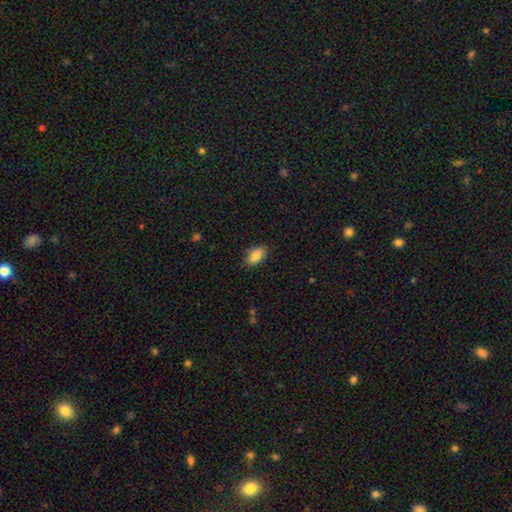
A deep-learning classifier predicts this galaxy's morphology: smooth_or_featured: smooth (p=0.85) [alt: featured or disk p=0.08]
how_rounded: in between (p=0.91) [alt: round p=0.06]
merging: none (p=0.85) [alt: minor disturbance p=0.12]